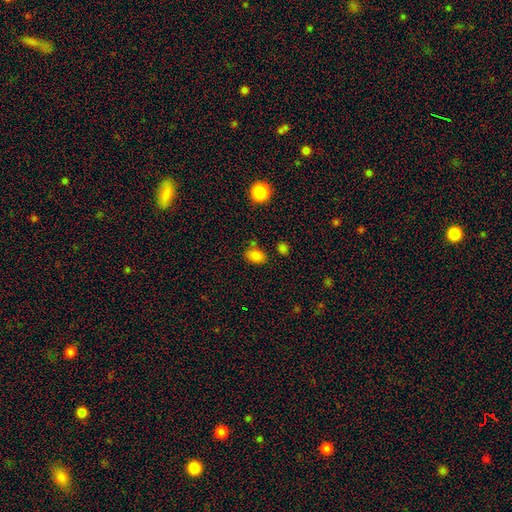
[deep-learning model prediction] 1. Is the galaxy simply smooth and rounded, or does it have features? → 82% smooth, 12% star or artifact, 6% featured or disk.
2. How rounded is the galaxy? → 78% in between, 21% round, 1% cigar-shaped.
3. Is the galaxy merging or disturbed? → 70% none, 17% minor disturbance, 9% merger, 5% major disturbance.